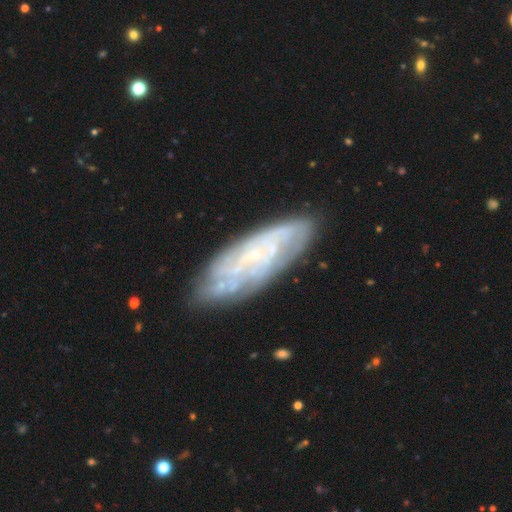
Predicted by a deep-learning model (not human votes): featured or disk 75%, smooth 18%, star or artifact 7%. Down the decision tree: edge-on disk — no (83%); bar — no (68%); spiral arms — yes (81%); spiral arm count — can't tell (58%); spiral winding — tight (67%); bulge size — small (79%); merging — none (78%).